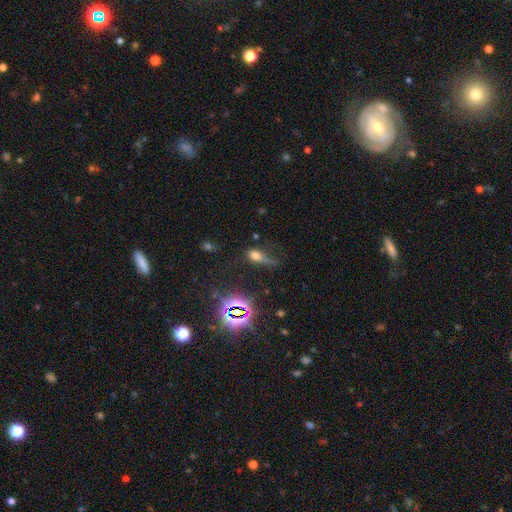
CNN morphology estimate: smooth-or-featured: smooth: 53% | star or artifact: 28% | featured or disk: 19%
  how-rounded: in between: 67% | round: 18% | cigar-shaped: 15%
  merging: major disturbance: 34% | none: 32% | minor disturbance: 26% | merger: 7%